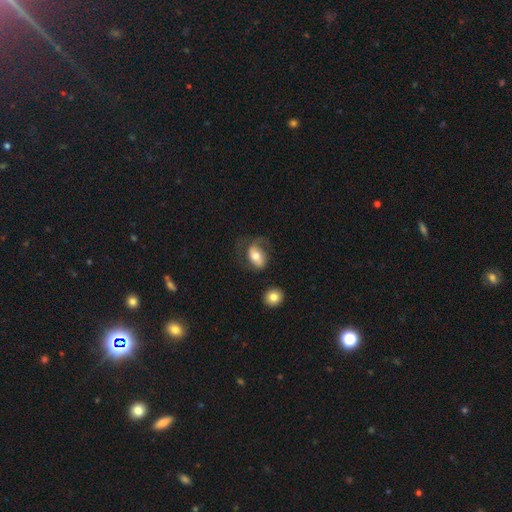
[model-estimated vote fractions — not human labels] Smooth or featured?
  - smooth: 57% *
  - featured or disk: 36%
  - star or artifact: 7%
How rounded?
  - in between: 79% *
  - round: 19%
  - cigar-shaped: 2%
Merging?
  - none: 38% *
  - major disturbance: 35%
  - minor disturbance: 23%
  - merger: 4%